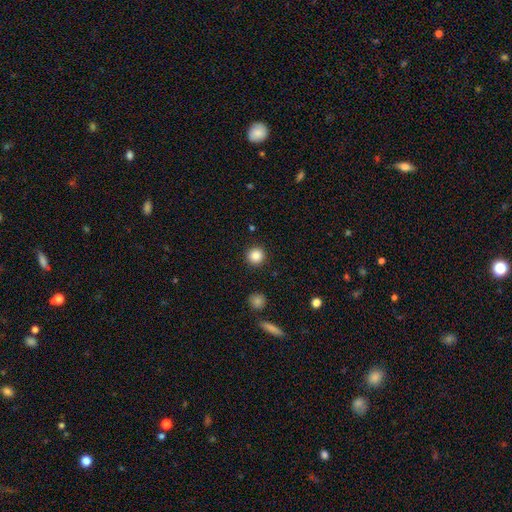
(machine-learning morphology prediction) The model was most divided on "smooth or featured": smooth: 87%, star or artifact: 10%, featured or disk: 3%. More confident: how rounded — round (95%); merging — none (92%).